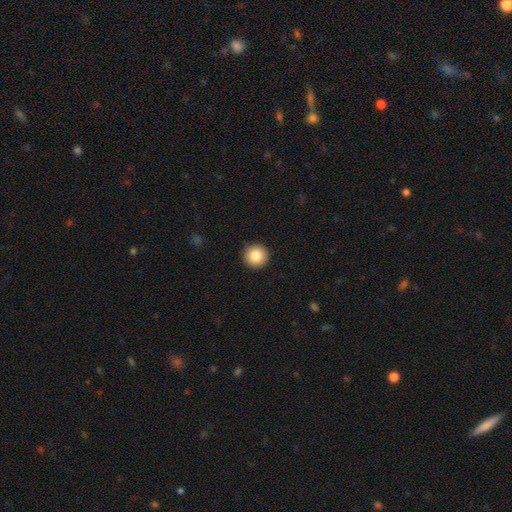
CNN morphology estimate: The model was most divided on "smooth or featured": smooth: 84%, star or artifact: 9%, featured or disk: 7%. More confident: how rounded — round (96%); merging — none (93%).